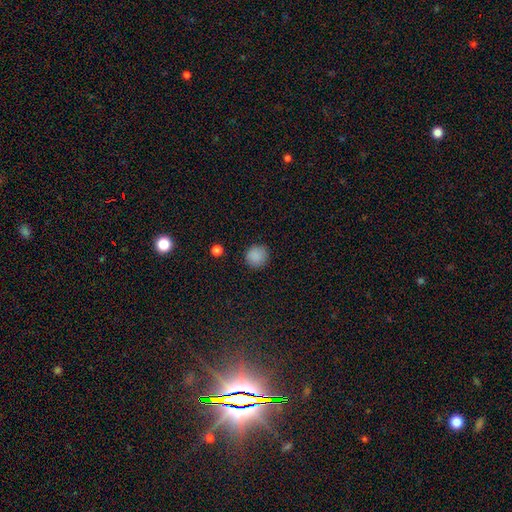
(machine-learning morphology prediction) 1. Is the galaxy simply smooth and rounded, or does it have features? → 87% smooth, 10% star or artifact, 3% featured or disk.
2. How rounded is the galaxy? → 93% round, 6% in between, 1% cigar-shaped.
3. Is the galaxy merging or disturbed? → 89% none, 7% minor disturbance, 2% major disturbance, 1% merger.